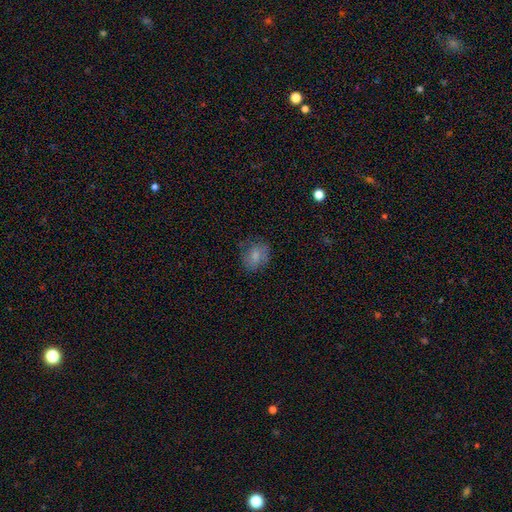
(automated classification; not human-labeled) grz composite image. It shows a smooth galaxy with no disk features (77%) that is round (58%). Merging: none (72%).